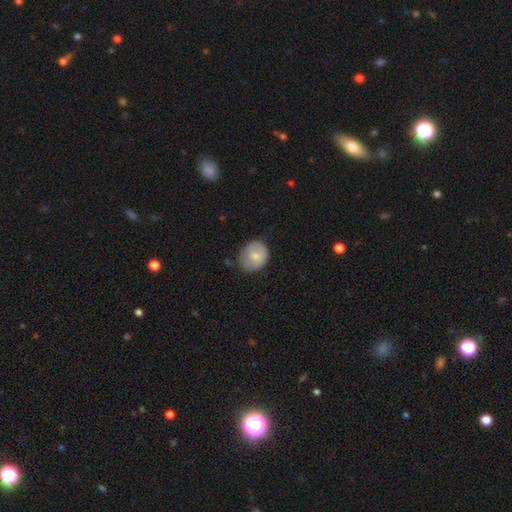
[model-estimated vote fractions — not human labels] Q: Smooth or featured?
A: smooth (76%); runner-up: featured or disk (17%)
Q: How rounded?
A: round (63%); runner-up: in between (36%)
Q: Merging?
A: none (64%); runner-up: minor disturbance (27%)